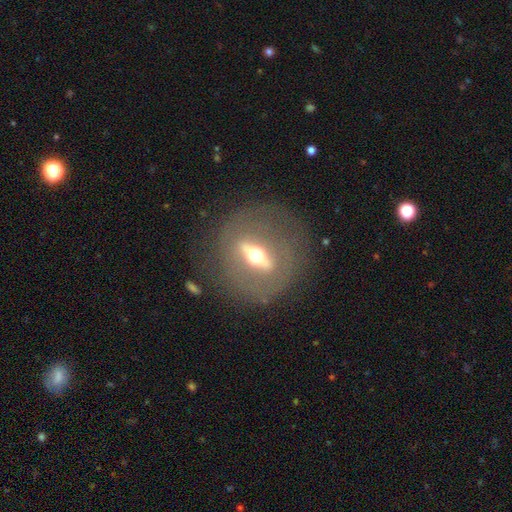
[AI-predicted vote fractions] smooth_or_featured: featured or disk (p=0.76) [alt: smooth p=0.16]
disk_edge_on: no (p=0.53) [alt: yes p=0.47]
merging: none (p=0.76) [alt: minor disturbance p=0.11]